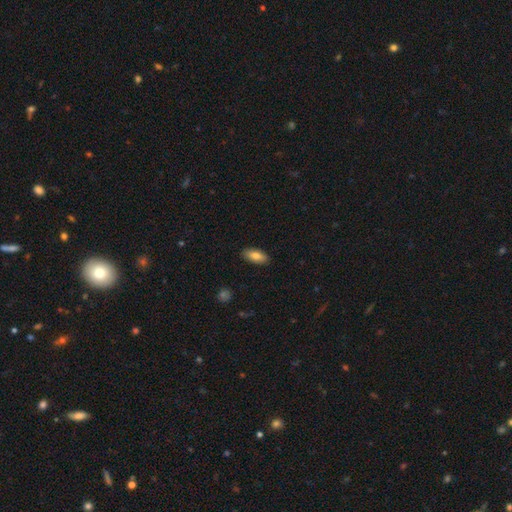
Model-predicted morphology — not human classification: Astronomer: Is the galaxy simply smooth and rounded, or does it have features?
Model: smooth — 81%.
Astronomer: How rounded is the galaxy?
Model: in between — 87%.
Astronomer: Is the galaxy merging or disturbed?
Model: none — 89%.